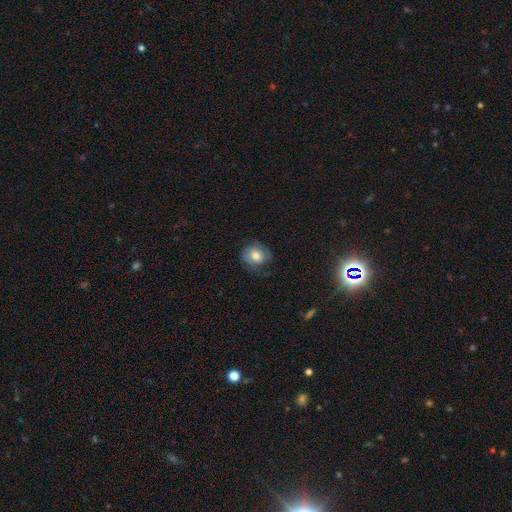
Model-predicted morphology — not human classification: Smooth or featured?
  - smooth: 70% *
  - featured or disk: 22%
  - star or artifact: 9%
How rounded?
  - round: 72% *
  - in between: 27%
  - cigar-shaped: 1%
Merging?
  - none: 64% *
  - minor disturbance: 24%
  - major disturbance: 11%
  - merger: 1%